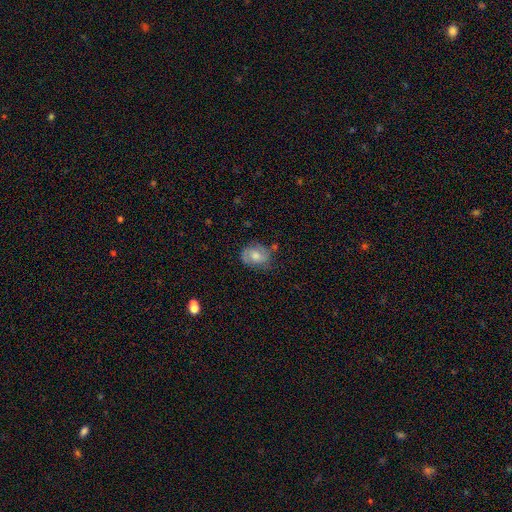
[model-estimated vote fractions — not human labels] smooth-or-featured: smooth: 53% | featured or disk: 39% | star or artifact: 8%
  how-rounded: in between: 61% | round: 37% | cigar-shaped: 1%
  merging: none: 64% | minor disturbance: 25% | major disturbance: 8% | merger: 3%